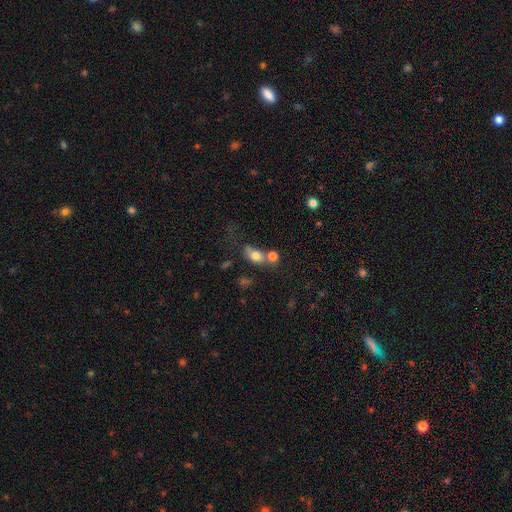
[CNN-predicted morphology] This appears to be a smooth galaxy with no disk features (77%) that is in between round and cigar-shaped (69%). Merging: merger (44%).